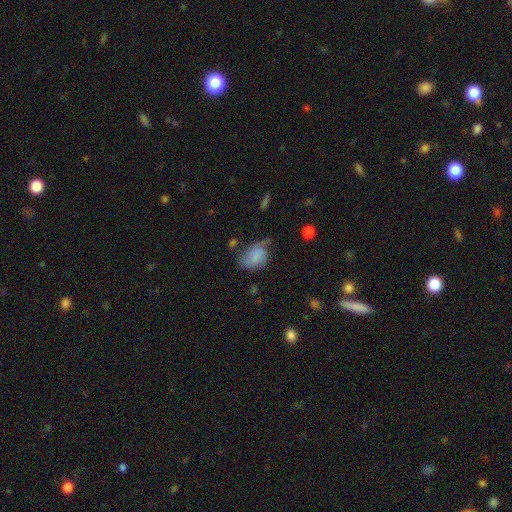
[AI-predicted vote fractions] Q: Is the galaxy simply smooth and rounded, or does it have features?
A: smooth — 63%.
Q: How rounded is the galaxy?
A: in between — 66%.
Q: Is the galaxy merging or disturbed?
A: minor disturbance — 35%.